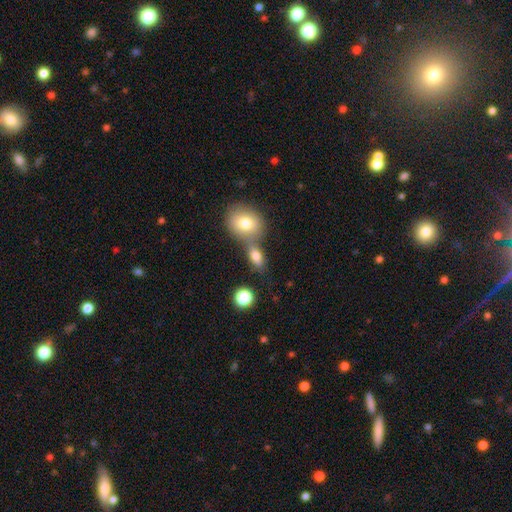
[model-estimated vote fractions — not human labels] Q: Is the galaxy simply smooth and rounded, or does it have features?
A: smooth — 74%.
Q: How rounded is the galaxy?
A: in between — 64%.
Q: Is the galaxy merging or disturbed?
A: none — 49%.